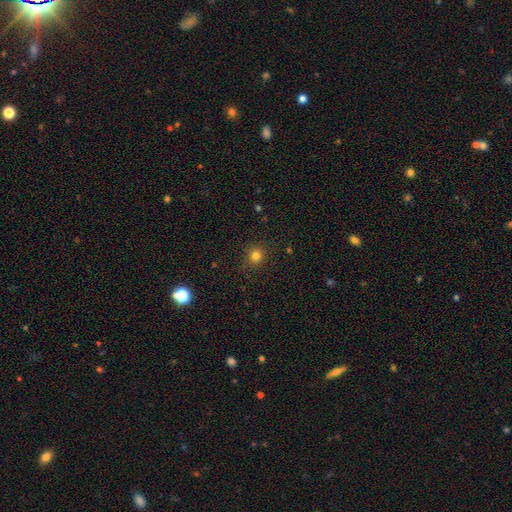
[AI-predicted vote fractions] Overall: smooth (80%). How rounded: round (87%). Merging: none (88%).